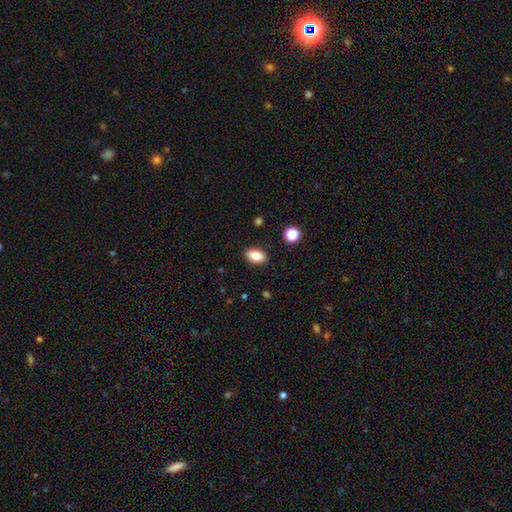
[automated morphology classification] smooth-or-featured: smooth: 85% | star or artifact: 8% | featured or disk: 7%
  how-rounded: in between: 90% | round: 7% | cigar-shaped: 3%
  merging: none: 87% | minor disturbance: 9% | major disturbance: 2% | merger: 1%